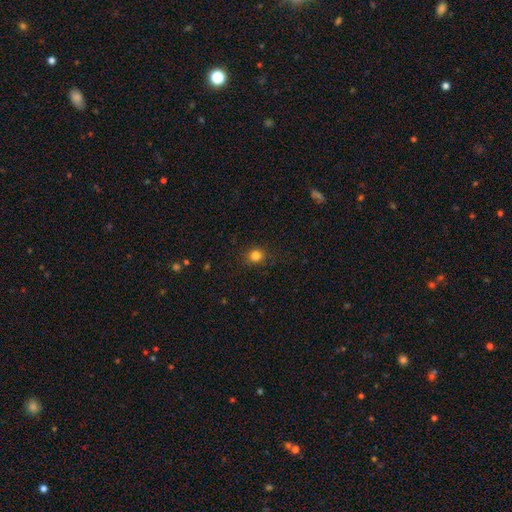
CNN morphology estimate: smooth-or-featured: smooth: 82% | star or artifact: 13% | featured or disk: 5%
  how-rounded: round: 82% | in between: 17% | cigar-shaped: 1%
  merging: none: 86% | minor disturbance: 10% | major disturbance: 3% | merger: 1%